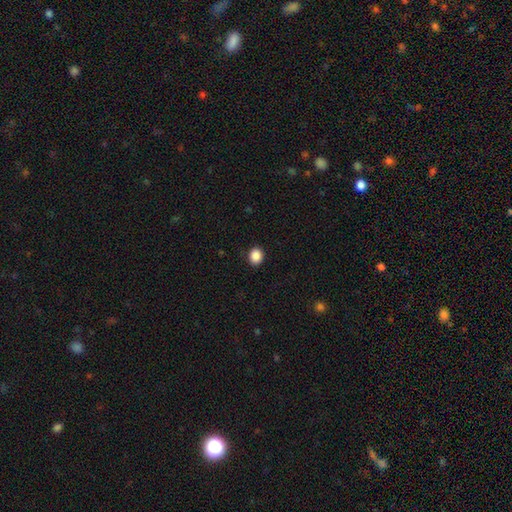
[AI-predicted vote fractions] smooth-or-featured: smooth: 88% | star or artifact: 9% | featured or disk: 3%
  how-rounded: round: 61% | in between: 38% | cigar-shaped: 1%
  merging: none: 90% | minor disturbance: 7% | major disturbance: 2% | merger: 1%